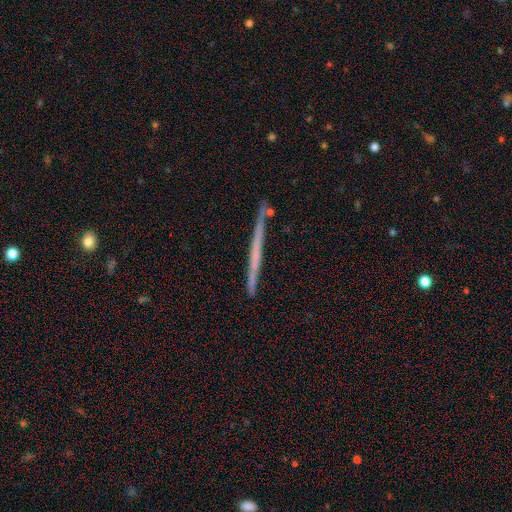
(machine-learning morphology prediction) The model was most divided on "smooth or featured": featured or disk: 57%, smooth: 36%, star or artifact: 7%. More confident: edge-on disk — yes (98%); merging — none (89%); edge-on bulge — none (87%).